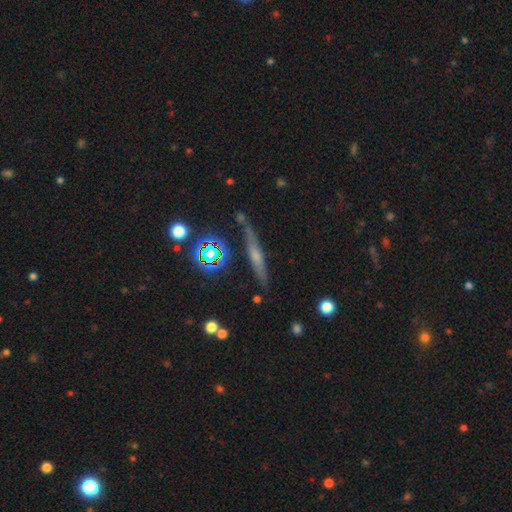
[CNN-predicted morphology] featured or disk 58%, smooth 23%, star or artifact 19%. Down the decision tree: edge-on disk — yes (93%); edge-on bulge — rounded (69%); merging — none (82%).